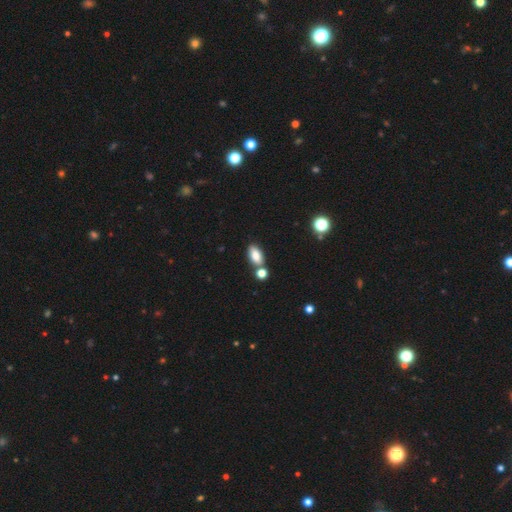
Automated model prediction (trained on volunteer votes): Smooth or featured? smooth (82%)
How rounded? in between (89%)
Merging? none (67%)